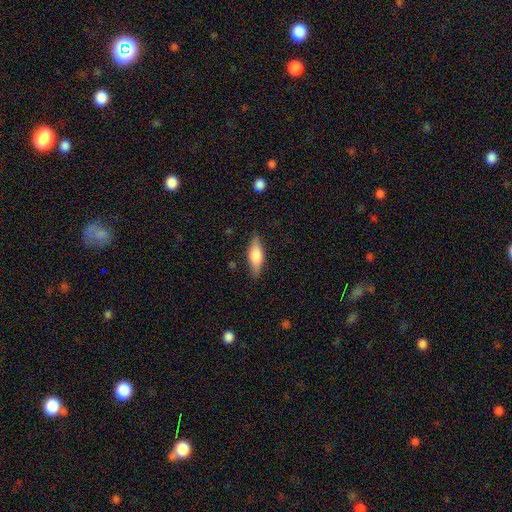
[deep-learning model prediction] Overall: smooth (69%). How rounded: in between (60%; cigar-shaped 38%). Merging: none (84%).